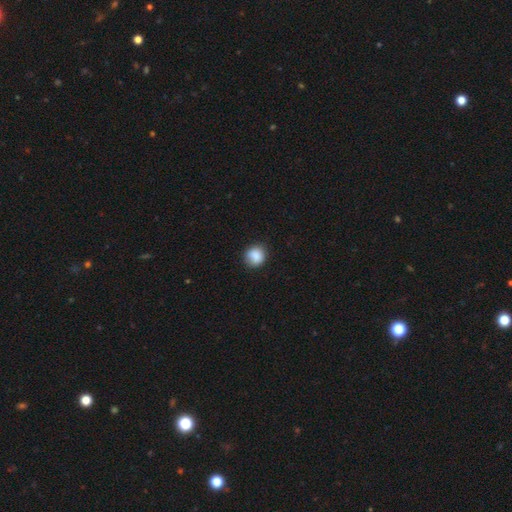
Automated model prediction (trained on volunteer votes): This is clearly a smooth galaxy (87%). How rounded: clearly round (83%). Merging: clearly none (84%).